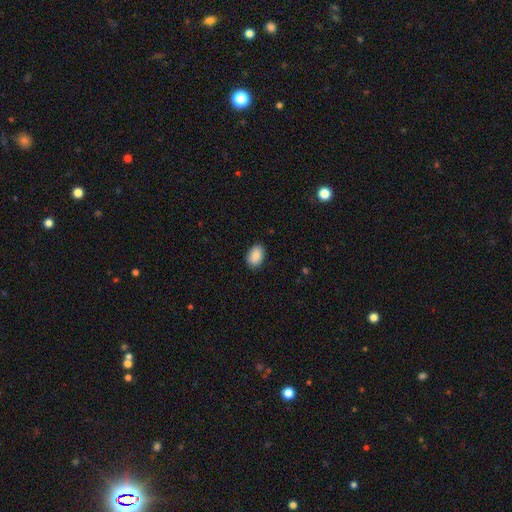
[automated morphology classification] type=smooth (88%); roundness=in between (88%); merging=none (86%).